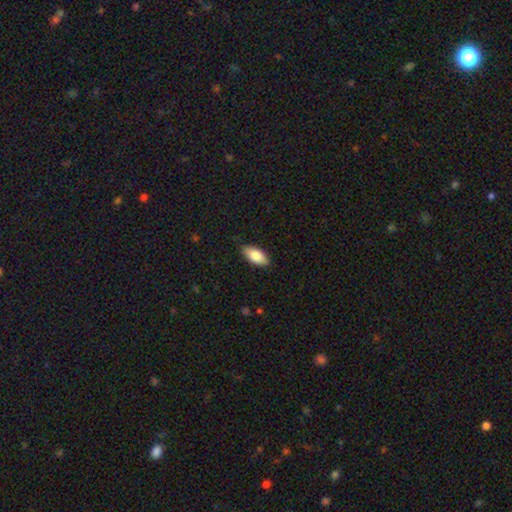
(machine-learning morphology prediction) Smooth or featured?
  - smooth: 81% *
  - featured or disk: 13%
  - star or artifact: 6%
How rounded?
  - in between: 90% *
  - cigar-shaped: 8%
  - round: 2%
Merging?
  - none: 86% *
  - minor disturbance: 11%
  - major disturbance: 2%
  - merger: 1%